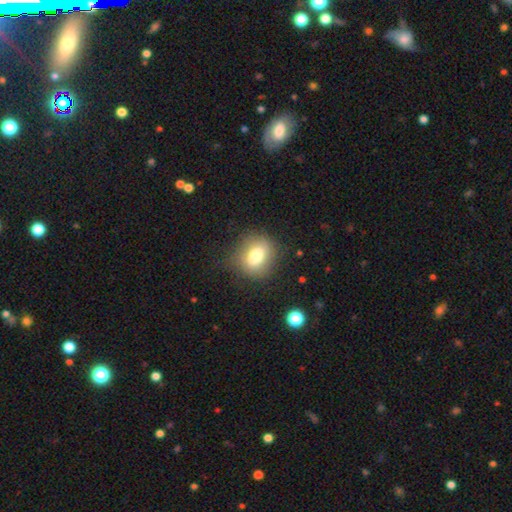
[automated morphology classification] Smooth or featured? Predicted: smooth (p=0.77). How rounded? Predicted: round (p=0.51). Merging? Predicted: none (p=0.76).